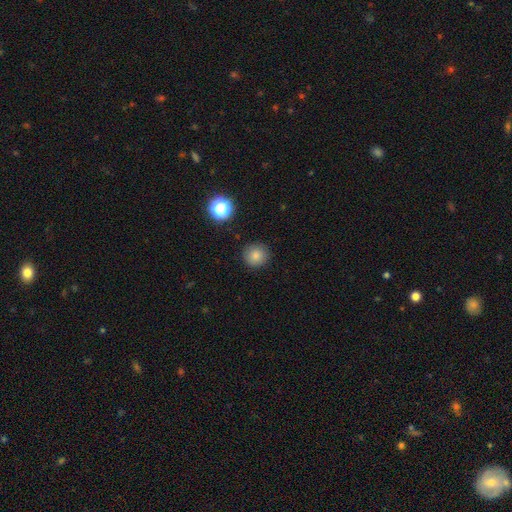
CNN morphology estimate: A smooth galaxy with no disk features (81%) that is round (94%).

Vote fractions:
- Smooth or featured? smooth: 81% / star or artifact: 13% / featured or disk: 6%
- How rounded? round: 94% / in between: 5% / cigar-shaped: 1%
- Merging? none: 90% / minor disturbance: 7% / major disturbance: 2% / merger: 1%